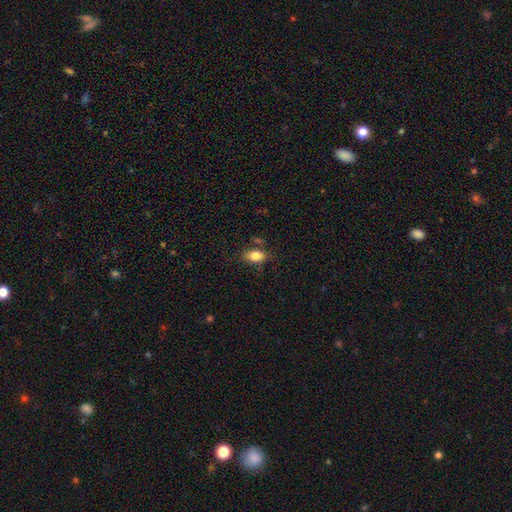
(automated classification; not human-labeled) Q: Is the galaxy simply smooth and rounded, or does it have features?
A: smooth — 82%.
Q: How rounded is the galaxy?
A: in between — 86%.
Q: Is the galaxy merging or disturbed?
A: none — 71%.